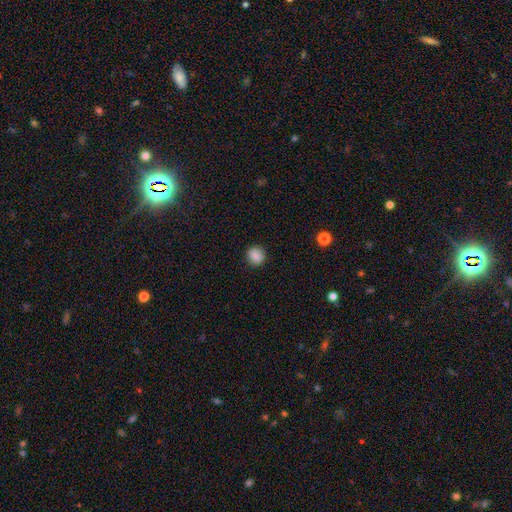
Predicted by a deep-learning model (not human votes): A smooth galaxy with no disk features (87%) that is round (83%).

Vote fractions:
- Smooth or featured? smooth: 87% / star or artifact: 9% / featured or disk: 4%
- How rounded? round: 83% / in between: 16% / cigar-shaped: 1%
- Merging? none: 90% / minor disturbance: 7% / major disturbance: 2% / merger: 1%